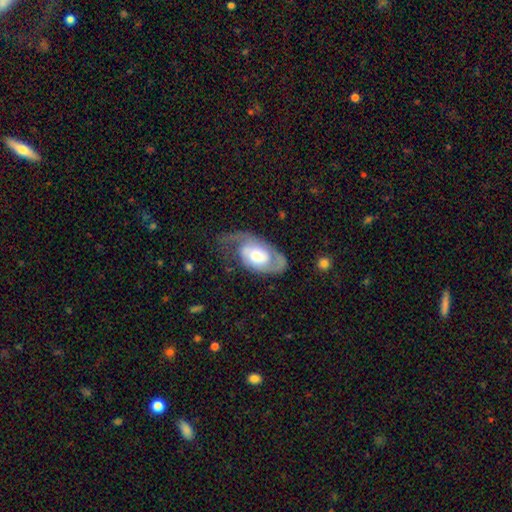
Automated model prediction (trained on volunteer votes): smooth_or_featured: featured or disk (p=0.76) [alt: smooth p=0.18]
disk_edge_on: no (p=0.95) [alt: yes p=0.05]
bar: no (p=0.67) [alt: weak p=0.26]
has_spiral_arms: yes (p=0.88) [alt: no p=0.12]
spiral_winding: medium (p=0.41) [alt: tight p=0.36]
spiral_arm_count: 2 (p=0.63) [alt: 1 p=0.22]
bulge_size: moderate (p=0.61) [alt: small p=0.20]
merging: none (p=0.48) [alt: minor disturbance p=0.25]